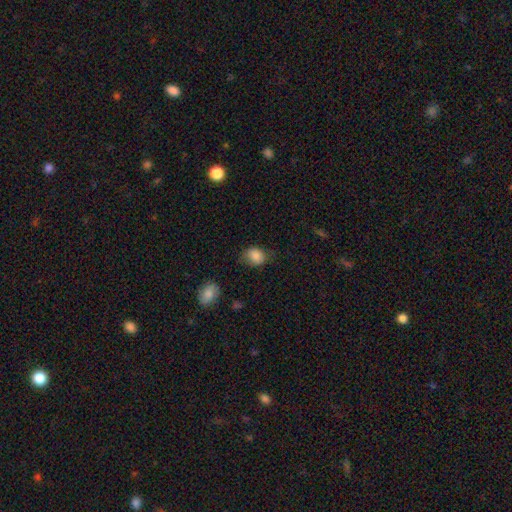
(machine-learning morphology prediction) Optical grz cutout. It shows a smooth galaxy with no disk features (85%) that is in between round and cigar-shaped (56%). Merging: none (66%).